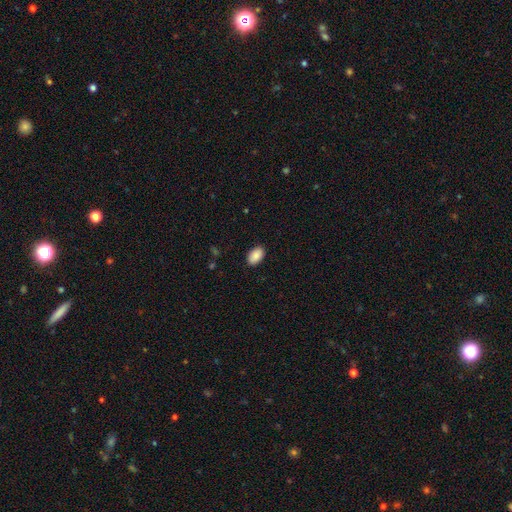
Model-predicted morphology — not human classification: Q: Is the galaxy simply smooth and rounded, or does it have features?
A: smooth — 89%.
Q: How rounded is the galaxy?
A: in between — 93%.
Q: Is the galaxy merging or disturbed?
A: none — 89%.